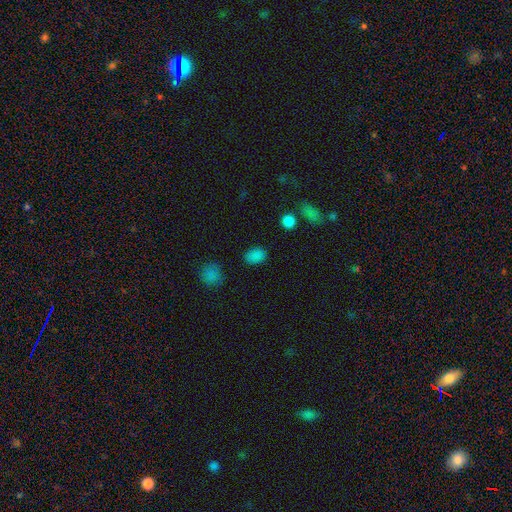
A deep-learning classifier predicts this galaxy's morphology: A smooth galaxy with no disk features (82%) that is in between round and cigar-shaped (77%). Merging: none (83%).